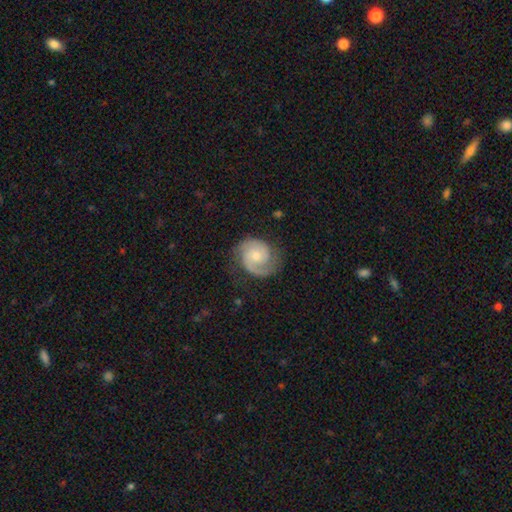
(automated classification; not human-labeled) Morphology: type=featured or disk (80%); edge-on=no (98%); bar=no (66%); spiral arms=yes (96%); winding=tight (44%); arm count=2 (75%); bulge=moderate (48%); merging=none (71%).